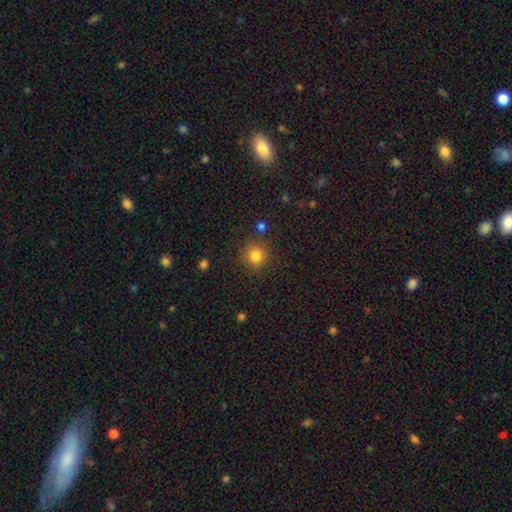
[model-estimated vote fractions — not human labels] Smooth or featured: smooth — 82% (star or artifact — 12%)
How rounded: round — 92% (in between — 7%)
Merging: none — 86% (minor disturbance — 8%)